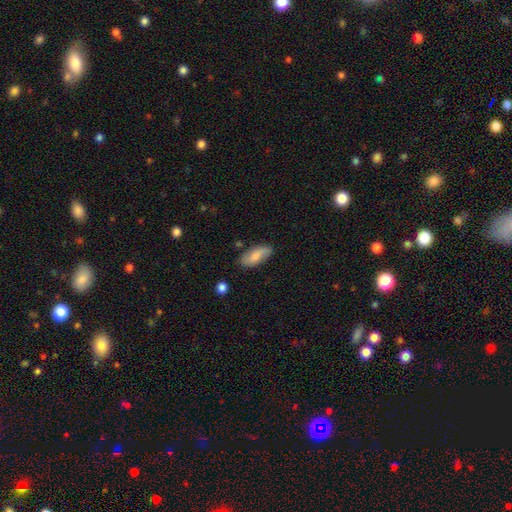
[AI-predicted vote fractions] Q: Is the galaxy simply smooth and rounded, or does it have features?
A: smooth — 70%.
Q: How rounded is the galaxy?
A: in between — 86%.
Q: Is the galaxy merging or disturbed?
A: none — 78%.